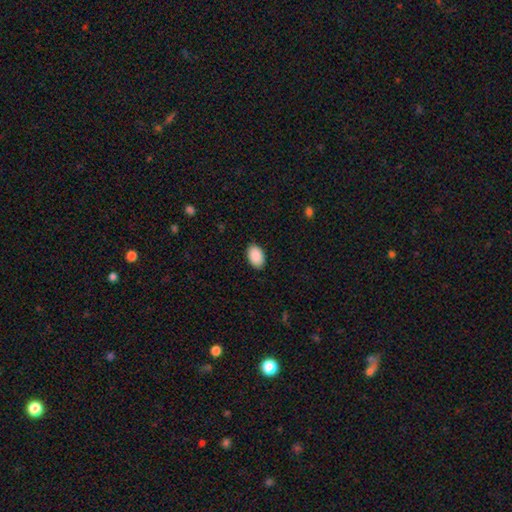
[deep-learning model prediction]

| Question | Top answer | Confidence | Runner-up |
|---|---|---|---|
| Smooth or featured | smooth | 91% | star or artifact (6%) |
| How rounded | in between | 92% | round (7%) |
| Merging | none | 88% | minor disturbance (9%) |